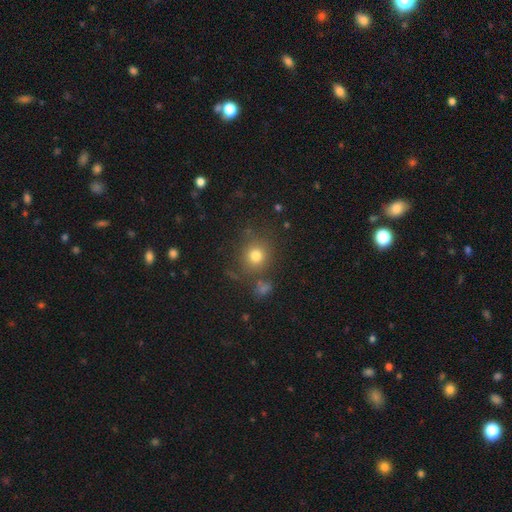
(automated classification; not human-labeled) Q: Smooth or featured?
A: smooth (78%); runner-up: star or artifact (14%)
Q: How rounded?
A: round (87%); runner-up: in between (12%)
Q: Merging?
A: none (78%); runner-up: minor disturbance (11%)